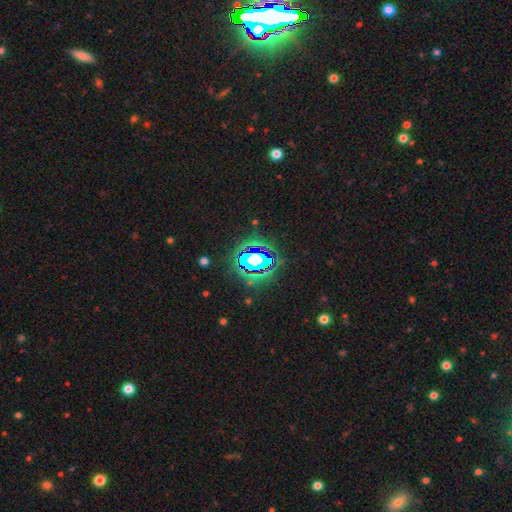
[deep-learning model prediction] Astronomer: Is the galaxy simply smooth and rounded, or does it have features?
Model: star or artifact — 75%.